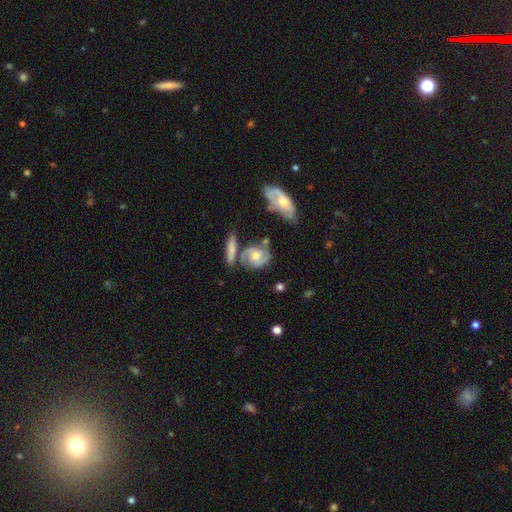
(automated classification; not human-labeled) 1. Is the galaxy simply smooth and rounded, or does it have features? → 75% featured or disk, 19% smooth, 6% star or artifact.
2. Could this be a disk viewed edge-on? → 94% no, 6% yes.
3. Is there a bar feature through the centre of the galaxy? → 68% no, 27% weak, 6% strong.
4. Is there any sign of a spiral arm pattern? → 92% yes, 8% no.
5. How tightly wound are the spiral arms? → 45% tight, 42% medium, 13% loose.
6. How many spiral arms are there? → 76% 2, 12% can't tell, 5% 3, 4% 1, 2% 4, 1% more than 4.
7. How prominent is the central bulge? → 62% moderate, 18% small, 14% large, 5% none, 2% dominant.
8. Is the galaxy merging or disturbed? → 53% none, 20% minor disturbance, 17% merger, 10% major disturbance.